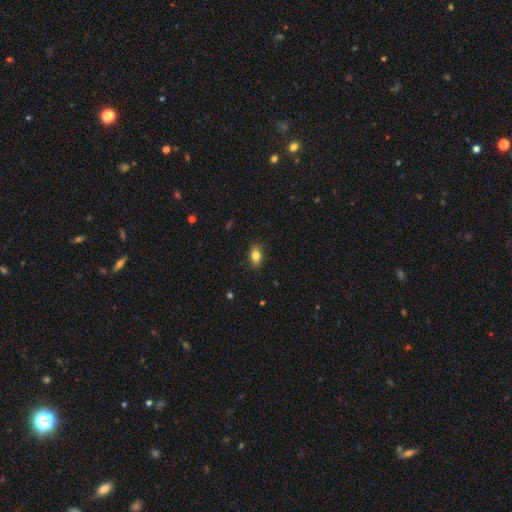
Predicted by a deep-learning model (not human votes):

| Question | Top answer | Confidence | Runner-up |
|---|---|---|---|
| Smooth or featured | smooth | 82% | featured or disk (9%) |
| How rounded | in between | 85% | round (11%) |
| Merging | none | 85% | minor disturbance (12%) |